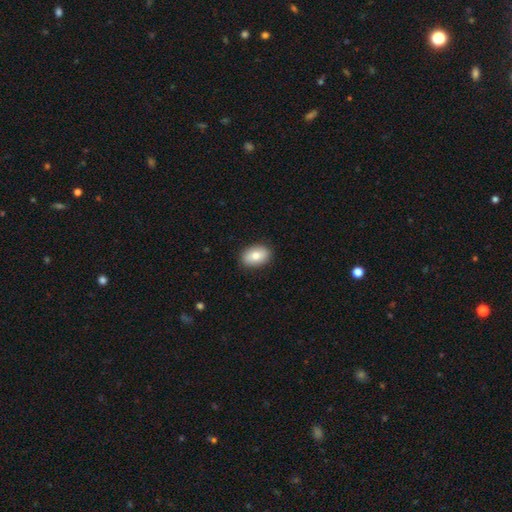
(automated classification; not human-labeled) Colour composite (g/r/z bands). It shows a smooth galaxy with no disk features (80%) that is in between round and cigar-shaped (86%). Merging: none (89%).